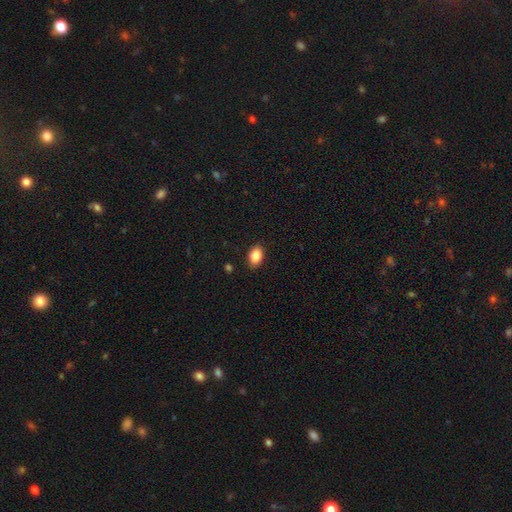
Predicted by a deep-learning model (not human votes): smooth 87%, star or artifact 8%, featured or disk 5%. Down the decision tree: how rounded — in between (84%); merging — none (87%).